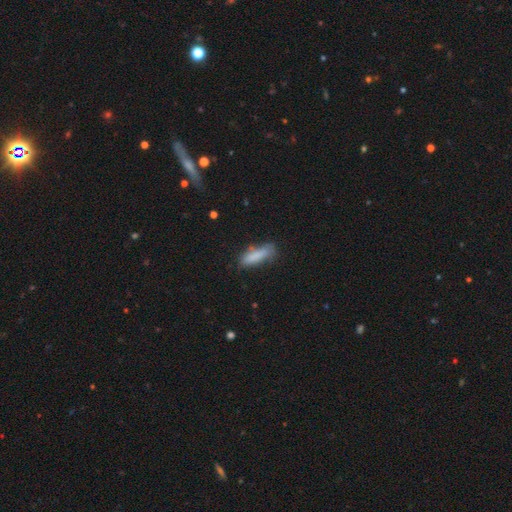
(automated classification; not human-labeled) Smooth or featured? Predicted: smooth (p=0.82). How rounded? Predicted: cigar-shaped (p=0.67). Merging? Predicted: none (p=0.65).